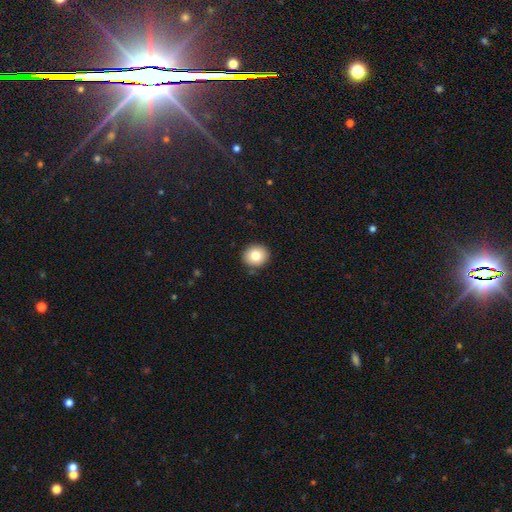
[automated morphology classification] smooth 80%, featured or disk 10%, star or artifact 9%. Down the decision tree: how rounded — round (81%); merging — none (89%).